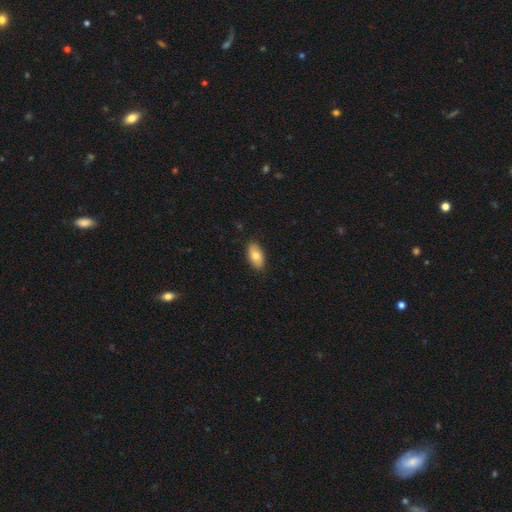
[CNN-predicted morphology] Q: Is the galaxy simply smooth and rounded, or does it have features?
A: smooth — 79%.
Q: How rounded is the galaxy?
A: in between — 93%.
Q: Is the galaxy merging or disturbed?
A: none — 87%.